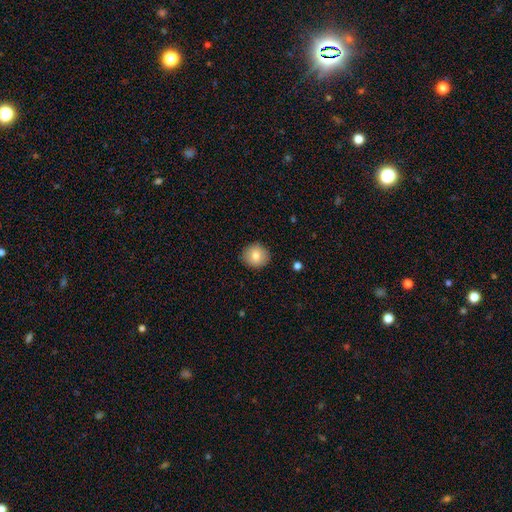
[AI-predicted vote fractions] smooth_or_featured: smooth (p=0.81) [alt: featured or disk p=0.10]
how_rounded: round (p=0.86) [alt: in between p=0.13]
merging: none (p=0.90) [alt: minor disturbance p=0.07]